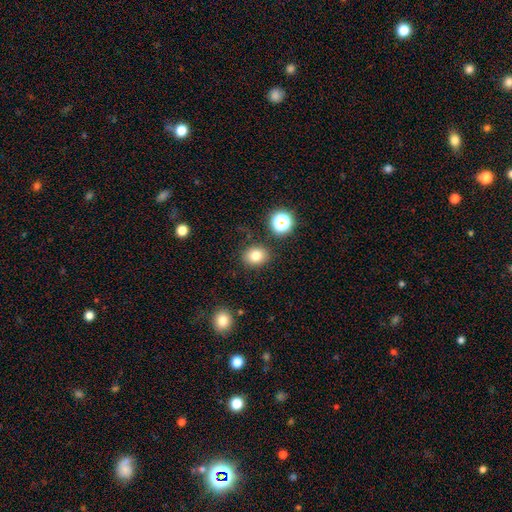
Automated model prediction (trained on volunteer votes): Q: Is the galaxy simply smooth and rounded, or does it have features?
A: smooth — 79%.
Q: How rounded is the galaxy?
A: round — 58%.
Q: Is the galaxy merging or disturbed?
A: none — 85%.